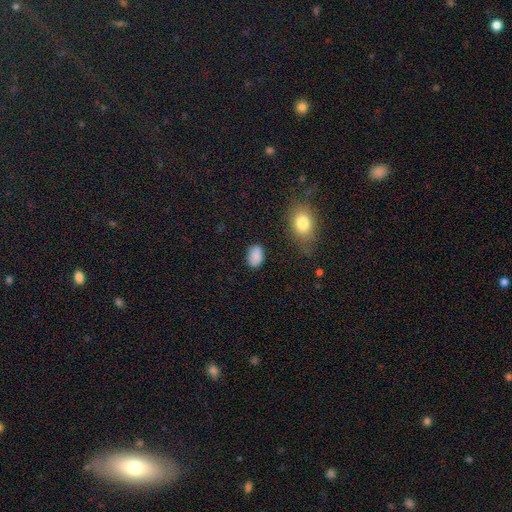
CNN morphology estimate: Smooth or featured? smooth (87%)
How rounded? in between (86%)
Merging? none (79%)